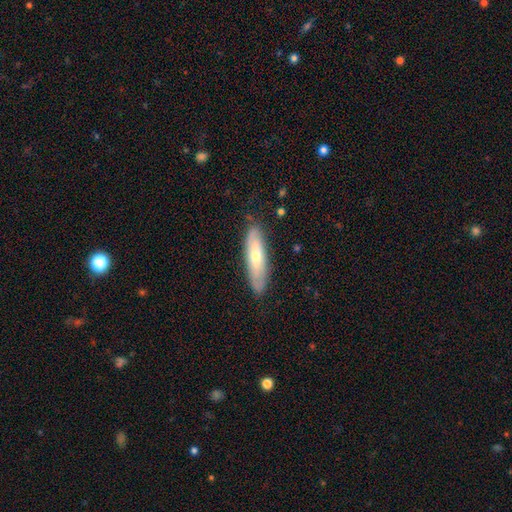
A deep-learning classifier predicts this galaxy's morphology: A smooth galaxy with no disk features (55%) that is cigar-shaped (63%). Merging: none (82%).